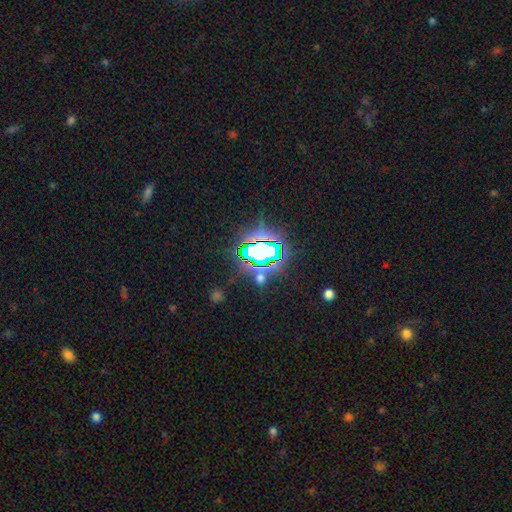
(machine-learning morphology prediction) smooth_or_featured: star or artifact (p=0.71) [alt: smooth p=0.17]